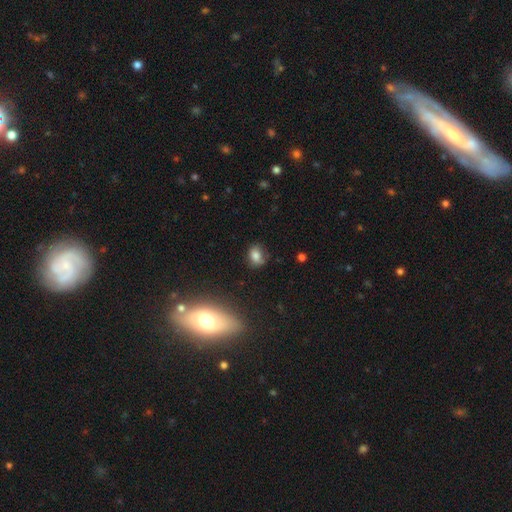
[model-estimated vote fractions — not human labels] A smooth galaxy with no disk features (78%) that is in between round and cigar-shaped (62%).

Vote fractions:
- Smooth or featured? smooth: 78% / star or artifact: 13% / featured or disk: 9%
- How rounded? in between: 62% / round: 36% / cigar-shaped: 2%
- Merging? none: 70% / minor disturbance: 20% / major disturbance: 5% / merger: 5%